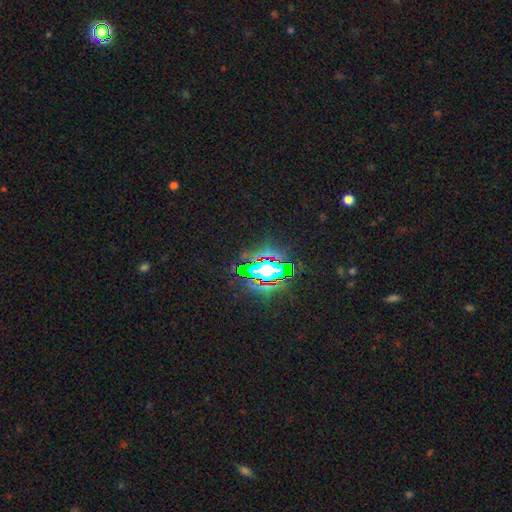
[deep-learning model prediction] Overall: star or artifact (82%).